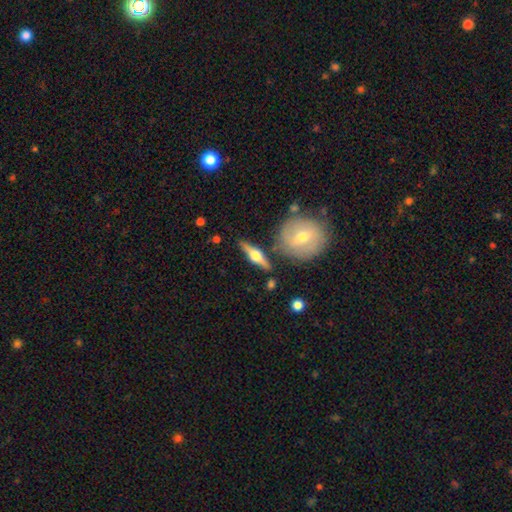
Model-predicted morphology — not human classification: The model was most divided on "smooth or featured": featured or disk: 71%, smooth: 24%, star or artifact: 5%. More confident: edge-on disk — yes (95%); edge-on bulge — rounded (95%); merging — none (81%).